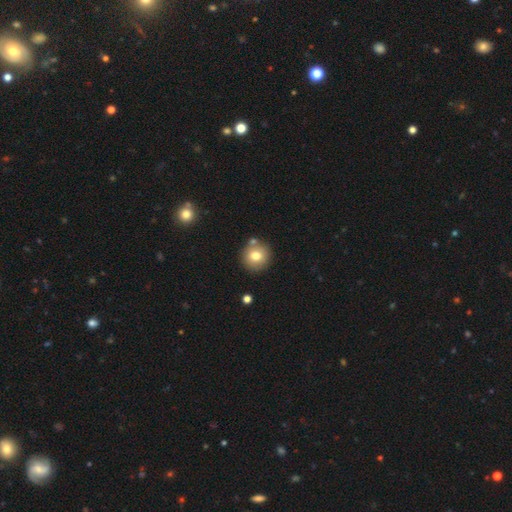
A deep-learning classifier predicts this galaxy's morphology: Smooth or featured? Predicted: smooth (p=0.76). How rounded? Predicted: round (p=0.92). Merging? Predicted: none (p=0.79).